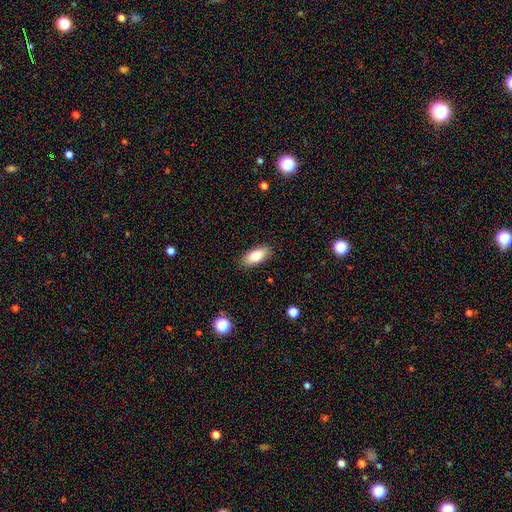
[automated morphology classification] Smooth or featured: smooth — 80% (featured or disk — 13%)
How rounded: in between — 86% (cigar-shaped — 12%)
Merging: none — 88% (minor disturbance — 9%)